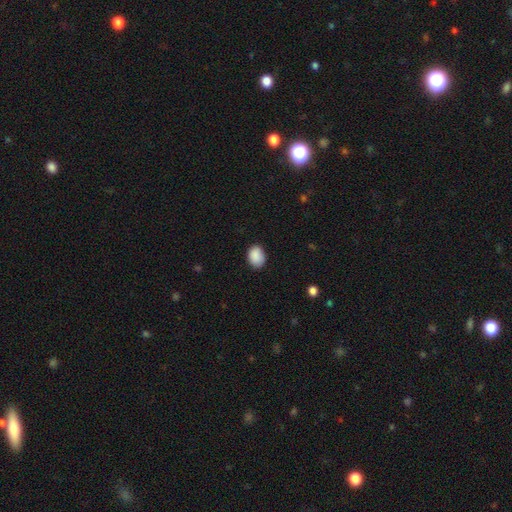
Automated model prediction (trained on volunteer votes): smooth-or-featured: smooth: 90% | star or artifact: 7% | featured or disk: 3%
  how-rounded: in between: 71% | round: 28% | cigar-shaped: 1%
  merging: none: 83% | minor disturbance: 14% | major disturbance: 2% | merger: 1%